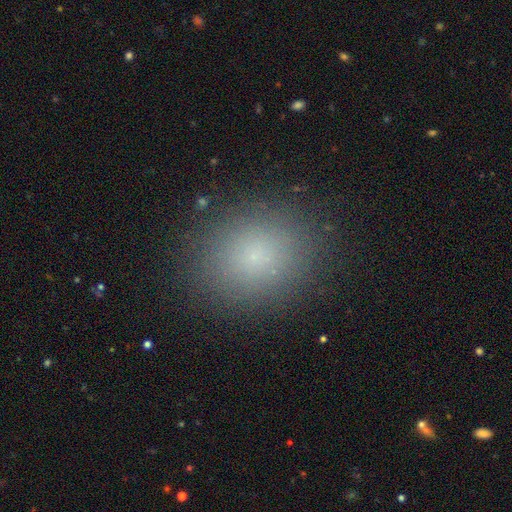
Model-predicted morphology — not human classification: type=smooth (77%); roundness=round (51%); merging=none (87%).